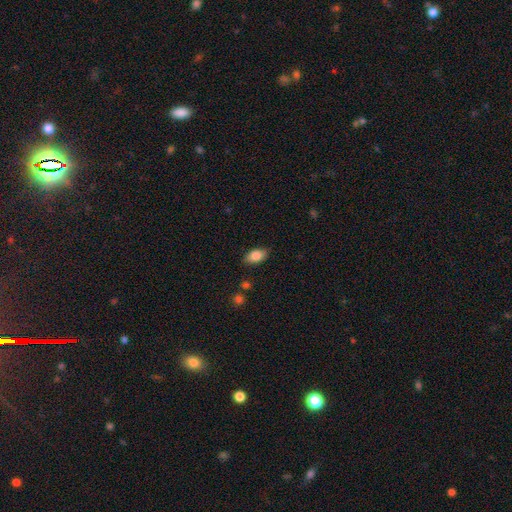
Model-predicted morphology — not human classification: Smooth or featured? Predicted: smooth (p=0.85). How rounded? Predicted: in between (p=0.91). Merging? Predicted: none (p=0.84).